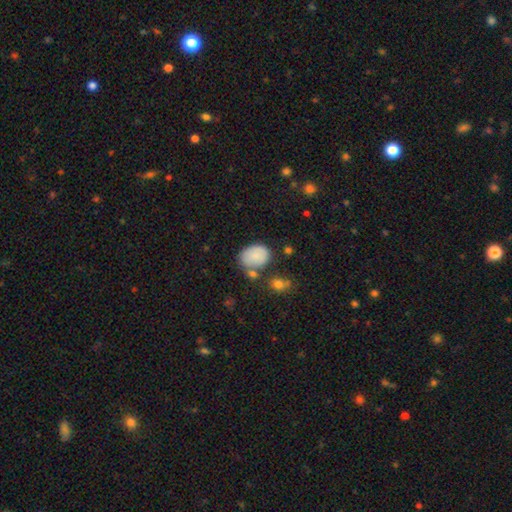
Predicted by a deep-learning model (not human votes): Smooth or featured: smooth — 82% (featured or disk — 10%)
How rounded: in between — 69% (round — 30%)
Merging: none — 59% (minor disturbance — 23%)